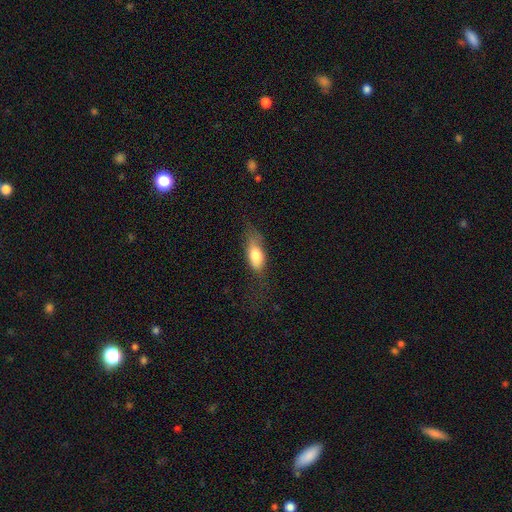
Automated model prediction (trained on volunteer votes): smooth 75%, featured or disk 18%, star or artifact 7%. Down the decision tree: how rounded — in between (81%); merging — none (43%).